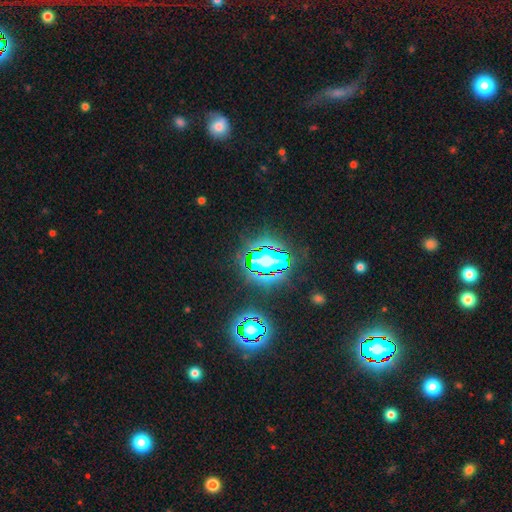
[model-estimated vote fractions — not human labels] smooth-or-featured: star or artifact: 79% | smooth: 13% | featured or disk: 8%